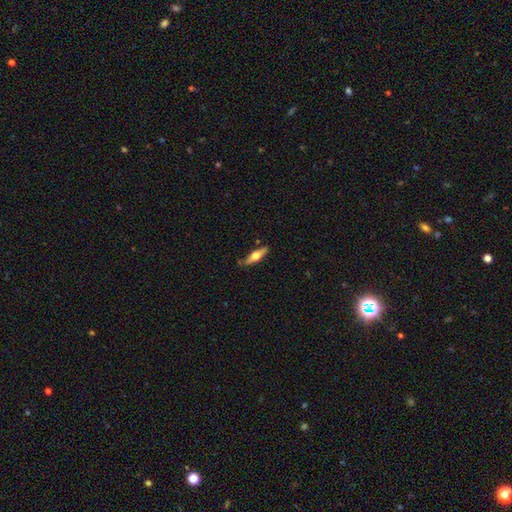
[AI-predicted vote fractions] A featured or disk galaxy (59%) viewed edge-on (94%) with a rounded central bulge (95%). Merging: none (83%).